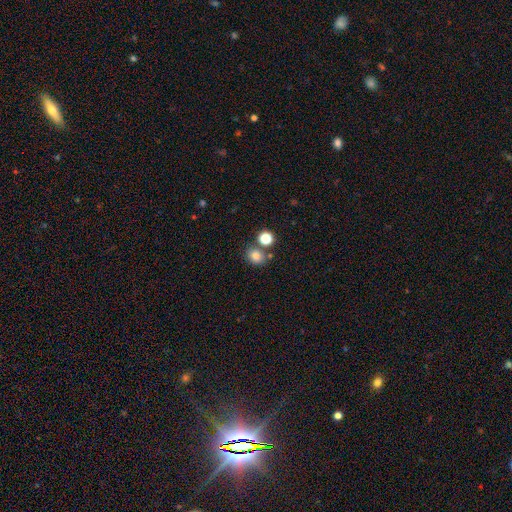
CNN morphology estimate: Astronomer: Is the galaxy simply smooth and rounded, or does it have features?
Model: smooth — 79%.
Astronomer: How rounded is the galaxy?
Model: round — 65%.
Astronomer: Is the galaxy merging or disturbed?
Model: none — 70%.